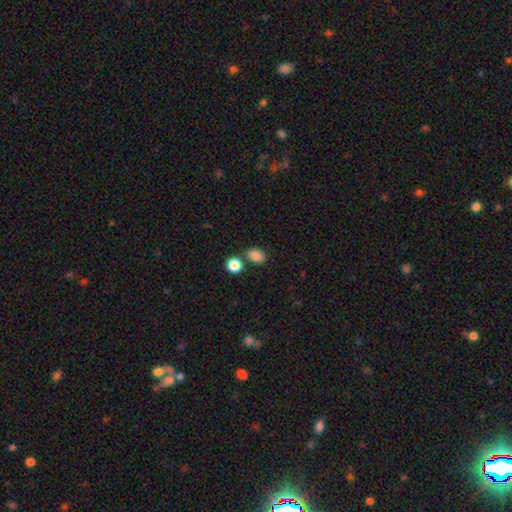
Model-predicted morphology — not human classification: smooth 84%, star or artifact 10%, featured or disk 5%. Down the decision tree: how rounded — in between (70%); merging — none (74%).